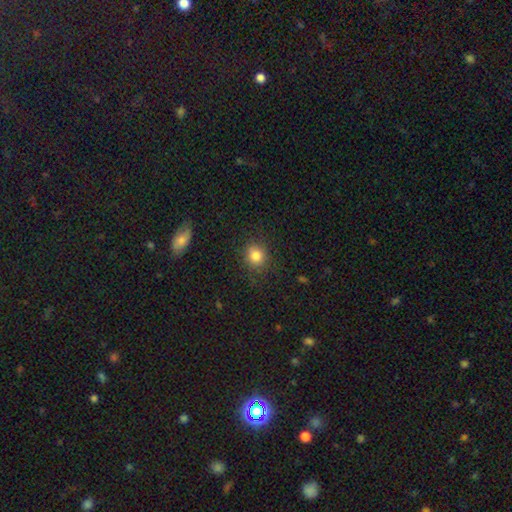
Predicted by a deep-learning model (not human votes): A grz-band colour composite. It shows a smooth galaxy with no disk features (83%) that is round (81%). Merging: none (85%).